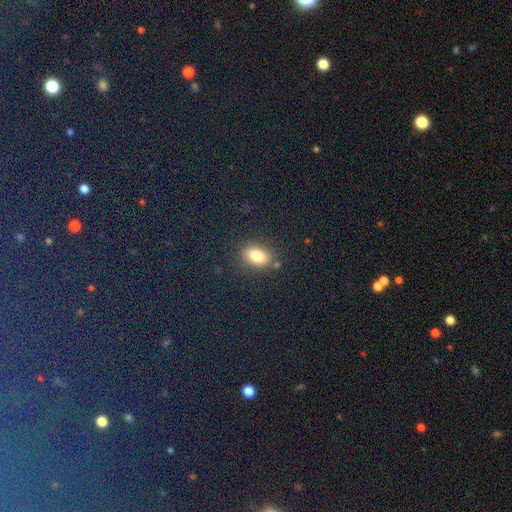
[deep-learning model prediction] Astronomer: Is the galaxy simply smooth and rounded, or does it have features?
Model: smooth — 80%.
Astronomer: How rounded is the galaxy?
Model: in between — 73%.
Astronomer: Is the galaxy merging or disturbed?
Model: none — 81%.